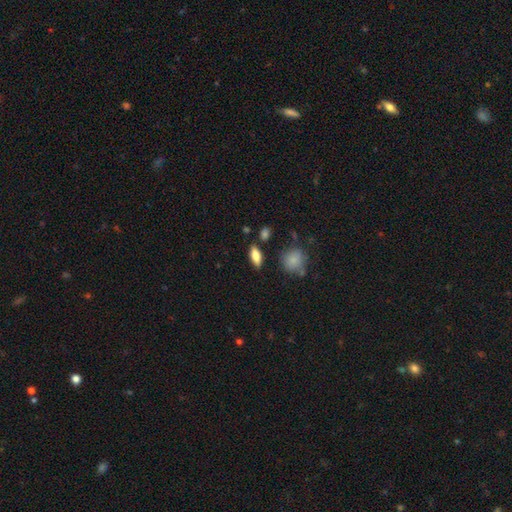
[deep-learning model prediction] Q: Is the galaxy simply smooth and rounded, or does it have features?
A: smooth — 76%.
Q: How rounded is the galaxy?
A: in between — 73%.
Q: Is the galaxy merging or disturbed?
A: none — 82%.